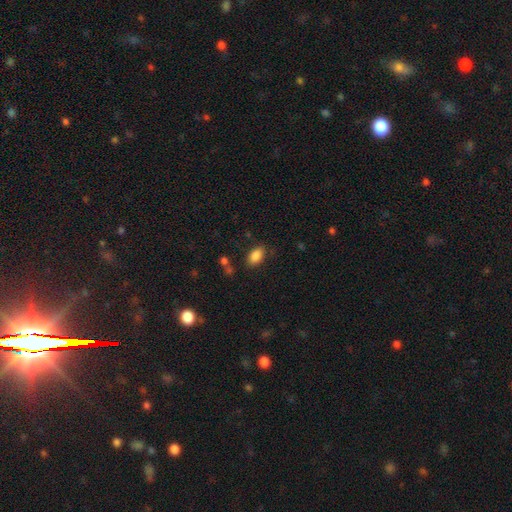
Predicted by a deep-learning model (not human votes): This is clearly a smooth galaxy (86%). How rounded: clearly in between (91%). Merging: clearly none (81%).